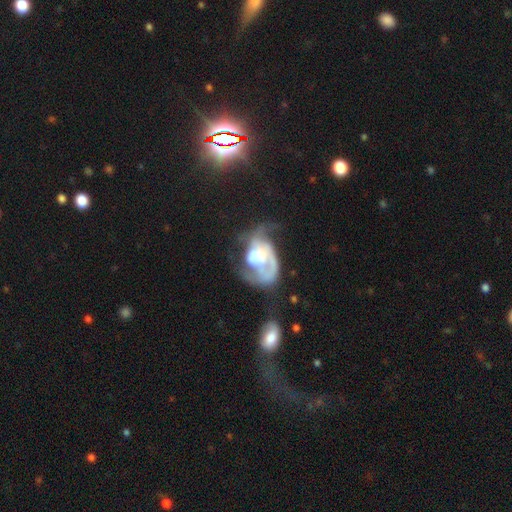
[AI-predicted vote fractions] Smooth or featured?
  - featured or disk: 69% *
  - smooth: 23%
  - star or artifact: 7%
Edge-on disk?
  - no: 97% *
  - yes: 3%
Bar?
  - no: 76% *
  - weak: 20%
  - strong: 5%
Spiral arms?
  - yes: 67% *
  - no: 33%
Bulge size?
  - moderate: 39% *
  - large: 27%
  - small: 19%
  - none: 10%
  - dominant: 5%
Merging?
  - major disturbance: 50% *
  - none: 19%
  - merger: 16%
  - minor disturbance: 15%